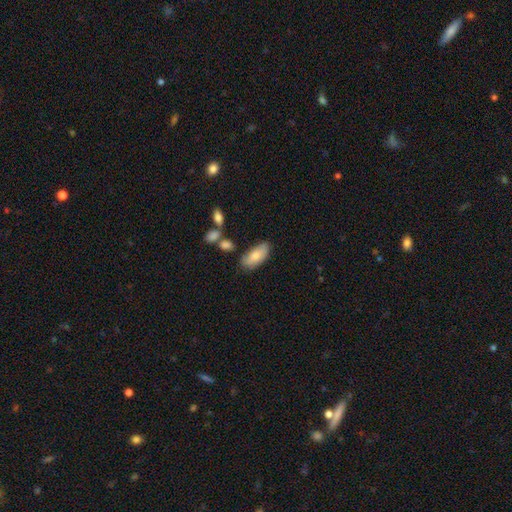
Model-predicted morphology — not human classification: Q: Smooth or featured?
A: smooth (78%); runner-up: featured or disk (16%)
Q: How rounded?
A: in between (88%); runner-up: cigar-shaped (10%)
Q: Merging?
A: none (68%); runner-up: minor disturbance (22%)